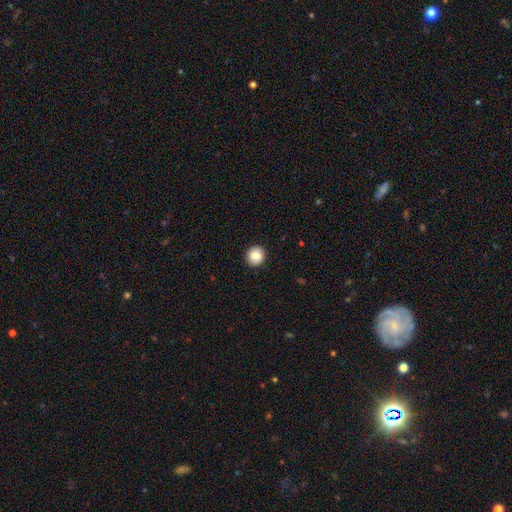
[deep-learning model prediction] Smooth or featured? smooth (83%)
How rounded? round (85%)
Merging? none (90%)